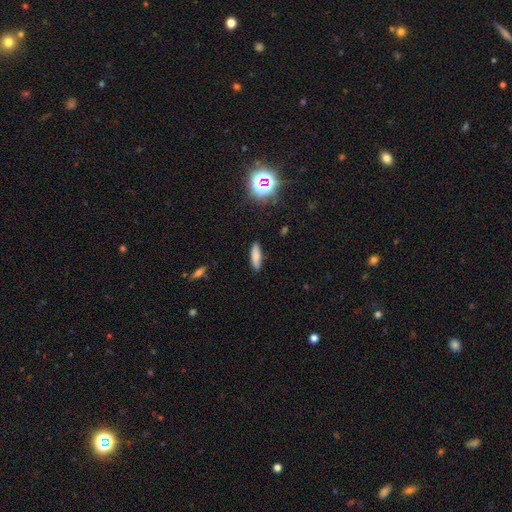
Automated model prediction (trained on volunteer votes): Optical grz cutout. It shows a smooth galaxy with no disk features (79%) that is cigar-shaped (61%). Merging: none (88%).